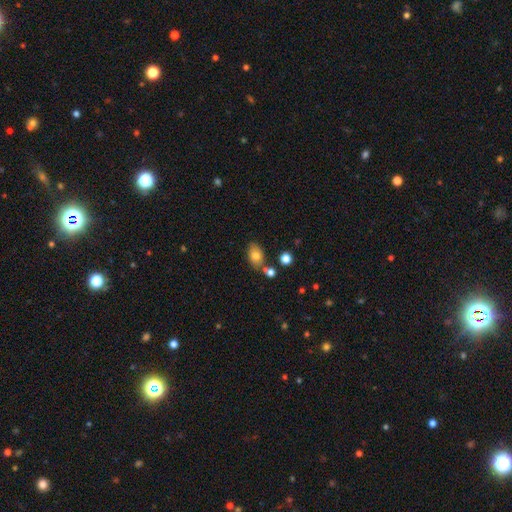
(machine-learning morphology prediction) A smooth galaxy with no disk features (77%) that is in between round and cigar-shaped (77%).

Vote fractions:
- Smooth or featured? smooth: 77% / featured or disk: 13% / star or artifact: 11%
- How rounded? in between: 77% / round: 21% / cigar-shaped: 2%
- Merging? none: 65% / minor disturbance: 17% / merger: 14% / major disturbance: 4%